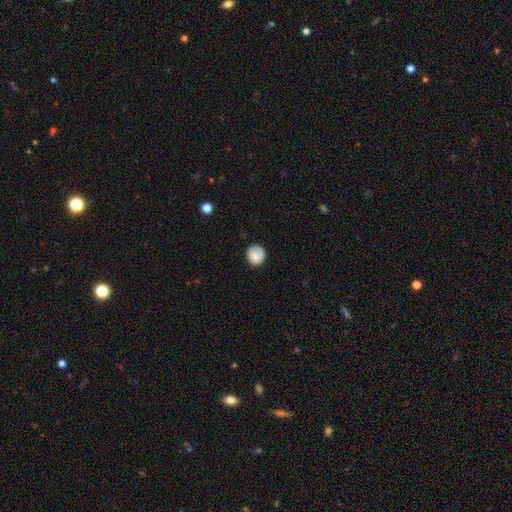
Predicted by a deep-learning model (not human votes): A smooth galaxy with no disk features (80%) that is round (87%). Merging: none (76%).